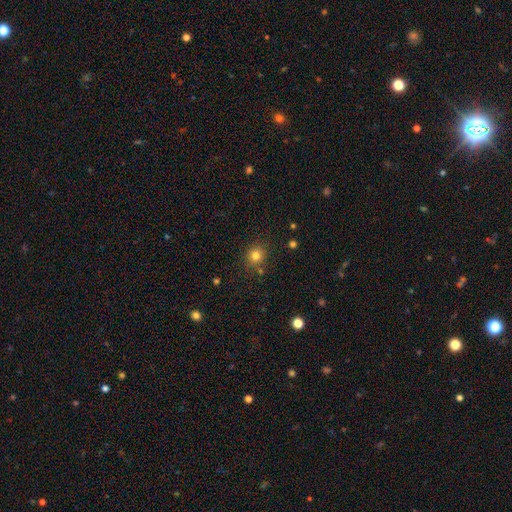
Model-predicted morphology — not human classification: smooth-or-featured: smooth: 80% | star or artifact: 14% | featured or disk: 6%
  how-rounded: round: 85% | in between: 14% | cigar-shaped: 1%
  merging: none: 82% | minor disturbance: 10% | merger: 5% | major disturbance: 3%